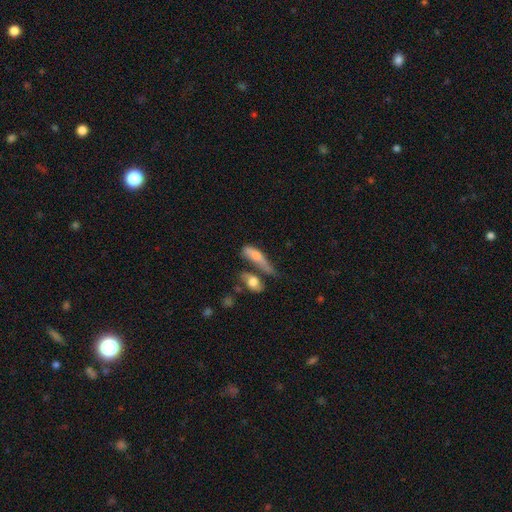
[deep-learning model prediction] smooth 58%, featured or disk 33%, star or artifact 9%. Down the decision tree: how rounded — cigar-shaped (58%); merging — merger (37%).